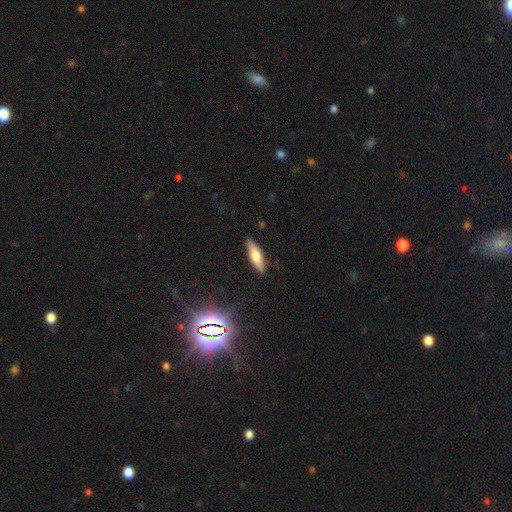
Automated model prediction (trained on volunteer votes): smooth 69%, featured or disk 24%, star or artifact 7%. Down the decision tree: how rounded — cigar-shaped (55%); merging — none (86%).